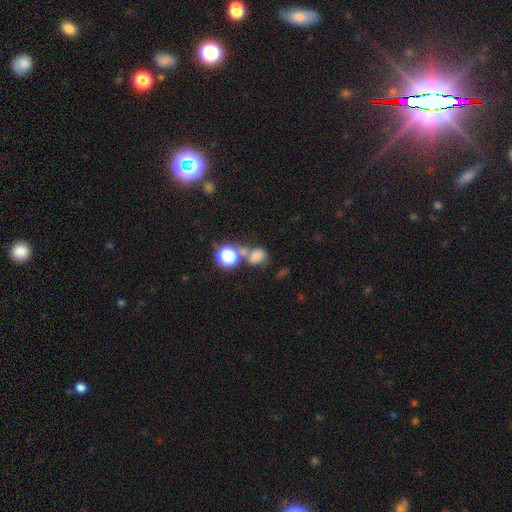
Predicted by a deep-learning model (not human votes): Q: Smooth or featured?
A: smooth (72%); runner-up: star or artifact (19%)
Q: How rounded?
A: round (59%); runner-up: in between (40%)
Q: Merging?
A: none (43%); runner-up: merger (37%)